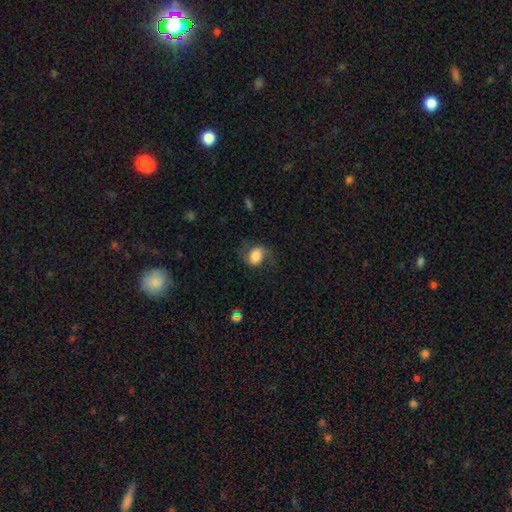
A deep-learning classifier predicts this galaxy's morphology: type=smooth (56%); roundness=in between (53%); merging=none (61%).